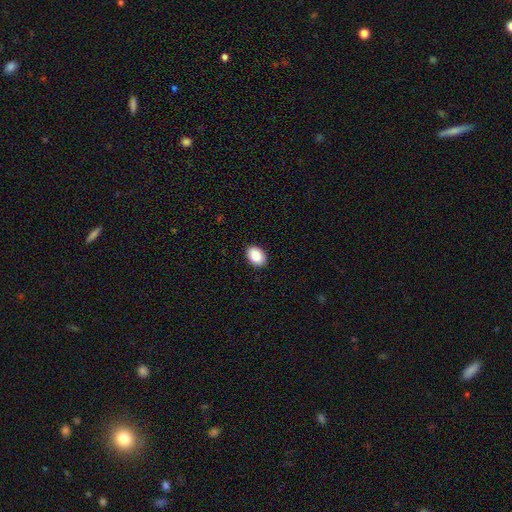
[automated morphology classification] A smooth galaxy with no disk features (90%) that is in between round and cigar-shaped (84%).

Vote fractions:
- Smooth or featured? smooth: 90% / star or artifact: 7% / featured or disk: 3%
- How rounded? in between: 84% / round: 15% / cigar-shaped: 1%
- Merging? none: 90% / minor disturbance: 7% / major disturbance: 2% / merger: 1%